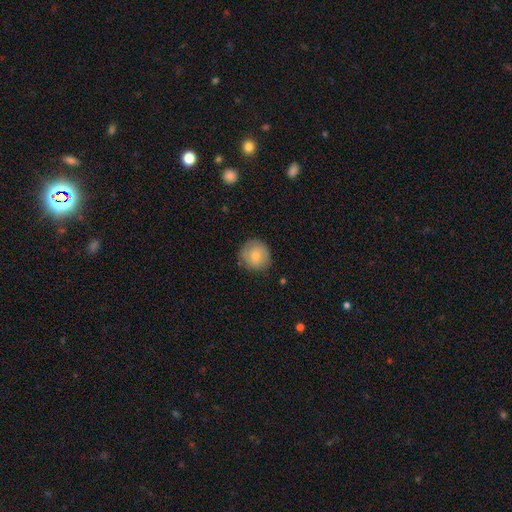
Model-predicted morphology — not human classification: smooth 74%, featured or disk 19%, star or artifact 7%. Down the decision tree: how rounded — round (92%); merging — none (80%).